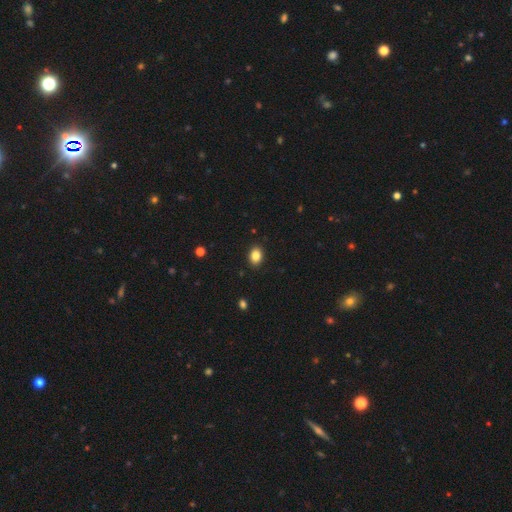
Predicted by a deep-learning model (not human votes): Smooth or featured? smooth (86%)
How rounded? in between (67%)
Merging? none (90%)